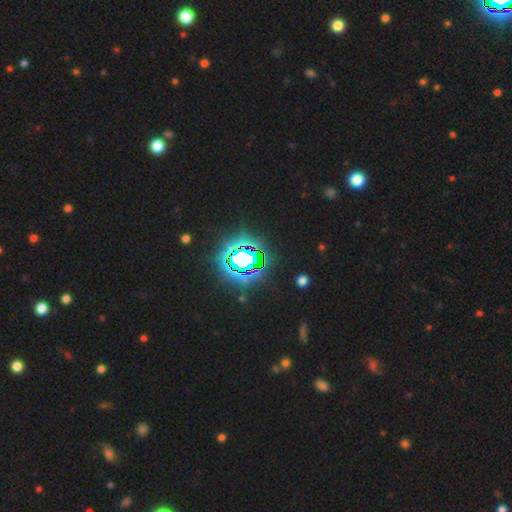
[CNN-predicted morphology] Smooth or featured? Predicted: star or artifact (p=0.77).